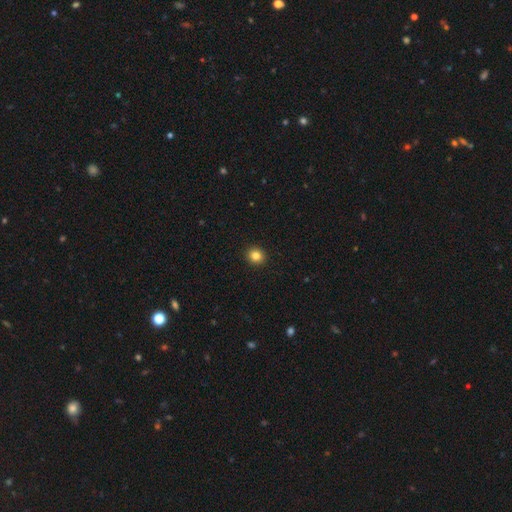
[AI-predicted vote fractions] smooth_or_featured: smooth (p=0.84) [alt: star or artifact p=0.11]
how_rounded: round (p=0.89) [alt: in between p=0.10]
merging: none (p=0.93) [alt: minor disturbance p=0.04]